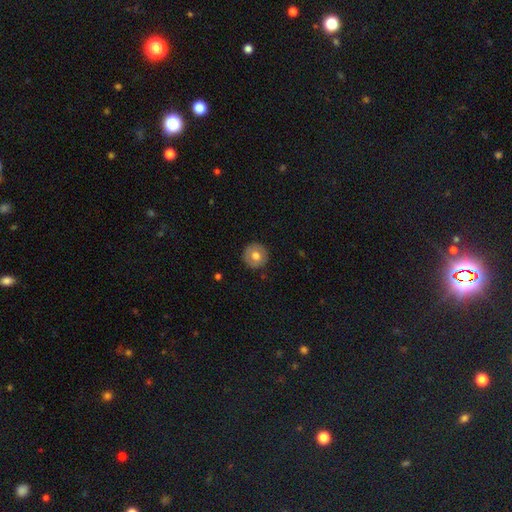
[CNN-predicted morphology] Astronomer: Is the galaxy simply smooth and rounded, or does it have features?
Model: smooth — 69%.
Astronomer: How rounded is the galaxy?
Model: round — 95%.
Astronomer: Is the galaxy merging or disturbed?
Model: none — 89%.